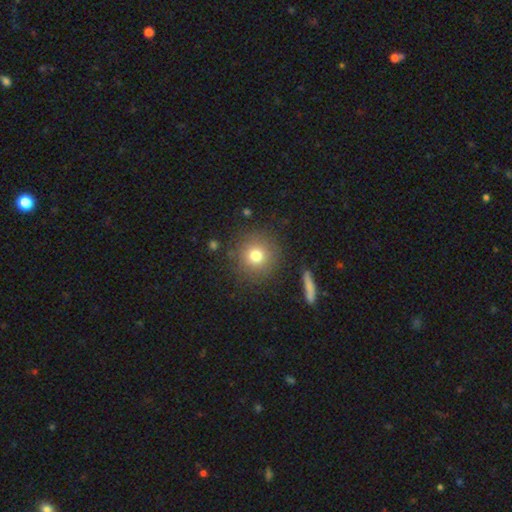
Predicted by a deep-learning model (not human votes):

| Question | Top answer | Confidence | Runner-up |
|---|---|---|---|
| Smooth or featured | smooth | 78% | star or artifact (12%) |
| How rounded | round | 93% | in between (6%) |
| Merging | none | 86% | minor disturbance (8%) |